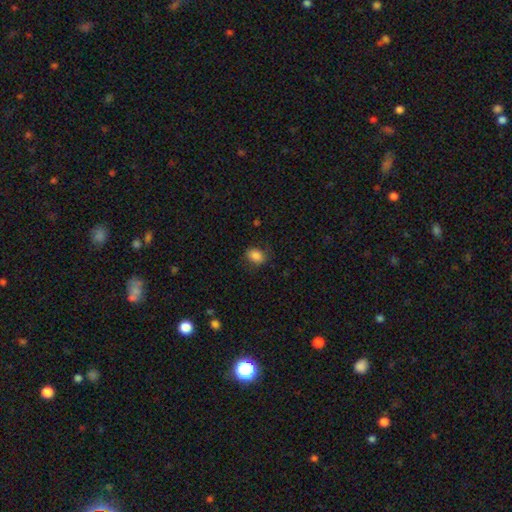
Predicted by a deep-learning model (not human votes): The model was most divided on "how rounded": in between: 61%, round: 38%, cigar-shaped: 1%. More confident: smooth or featured — smooth (86%); merging — none (80%).